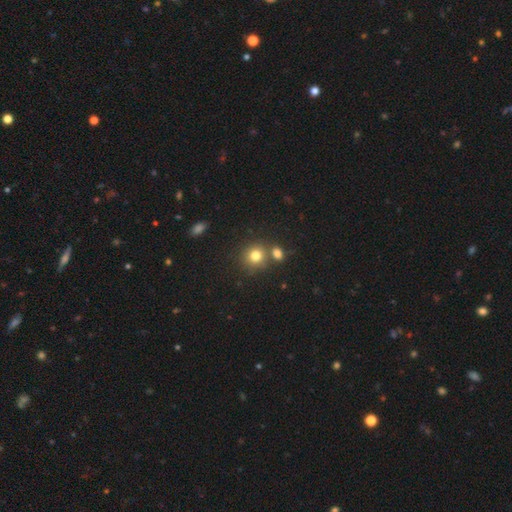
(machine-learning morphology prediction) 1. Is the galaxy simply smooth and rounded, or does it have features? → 79% smooth, 13% star or artifact, 8% featured or disk.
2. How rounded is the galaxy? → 84% round, 15% in between, 1% cigar-shaped.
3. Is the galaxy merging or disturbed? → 66% none, 22% merger, 9% minor disturbance, 3% major disturbance.